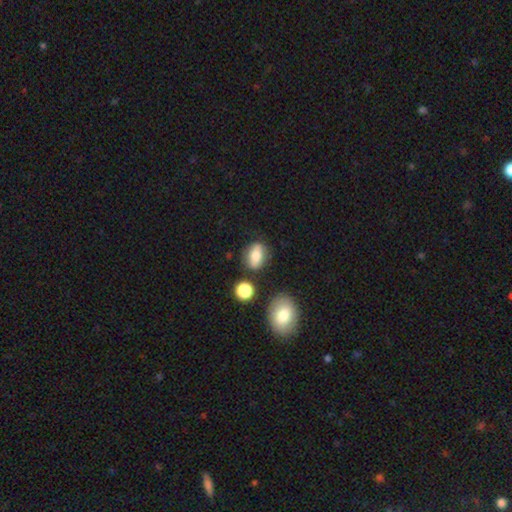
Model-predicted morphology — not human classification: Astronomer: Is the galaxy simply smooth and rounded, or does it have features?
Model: smooth — 72%.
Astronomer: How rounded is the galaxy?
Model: in between — 74%.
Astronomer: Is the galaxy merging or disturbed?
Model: none — 75%.